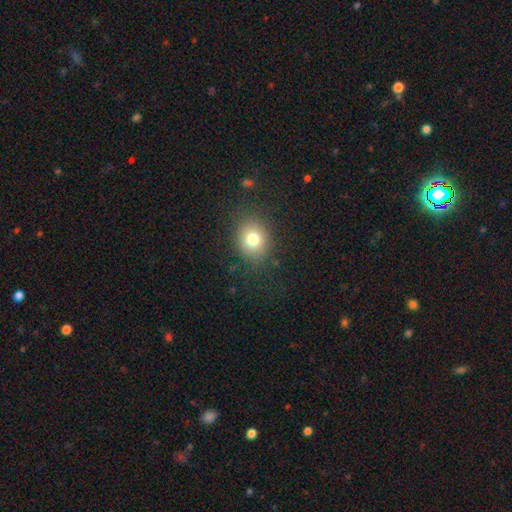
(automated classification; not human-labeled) smooth-or-featured: smooth: 76% | star or artifact: 15% | featured or disk: 9%
  how-rounded: round: 61% | in between: 38% | cigar-shaped: 1%
  merging: none: 87% | minor disturbance: 9% | major disturbance: 3% | merger: 1%